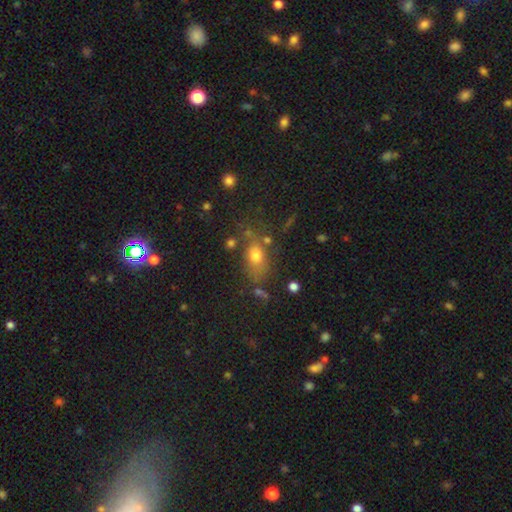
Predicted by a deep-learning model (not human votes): Q: Smooth or featured?
A: smooth (70%); runner-up: star or artifact (16%)
Q: How rounded?
A: in between (68%); runner-up: round (27%)
Q: Merging?
A: none (60%); runner-up: minor disturbance (20%)